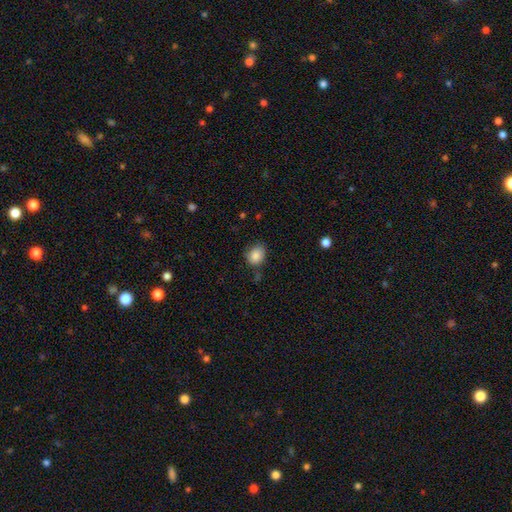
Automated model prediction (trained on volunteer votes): Smooth or featured?
  - smooth: 86% *
  - star or artifact: 9%
  - featured or disk: 5%
How rounded?
  - round: 55% *
  - in between: 44%
  - cigar-shaped: 1%
Merging?
  - none: 72% *
  - minor disturbance: 20%
  - major disturbance: 4%
  - merger: 4%